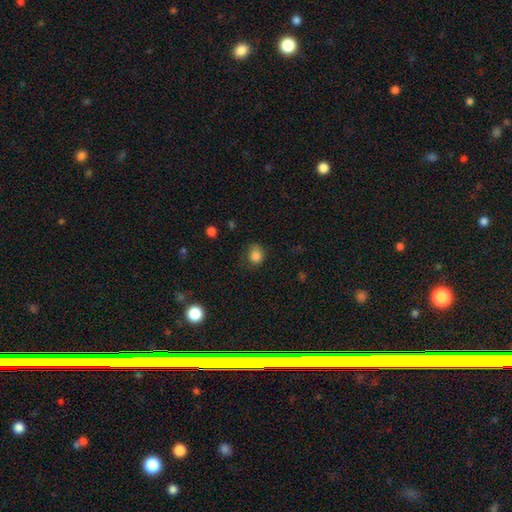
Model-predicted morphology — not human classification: smooth_or_featured: smooth (p=0.84) [alt: star or artifact p=0.11]
how_rounded: round (p=0.70) [alt: in between p=0.29]
merging: none (p=0.64) [alt: minor disturbance p=0.26]